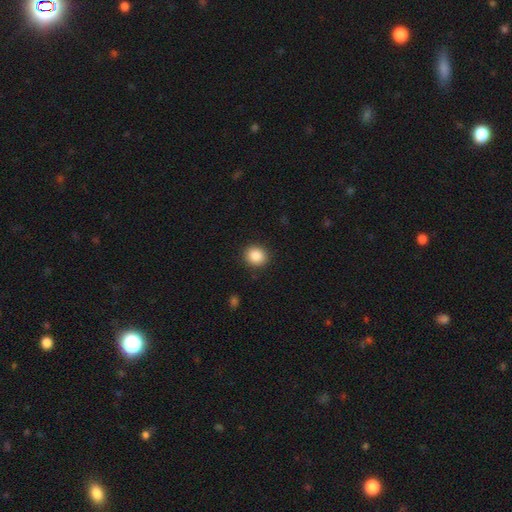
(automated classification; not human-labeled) The model was most divided on "how rounded": round: 80%, in between: 19%, cigar-shaped: 1%. More confident: merging — none (90%); smooth or featured — smooth (87%).